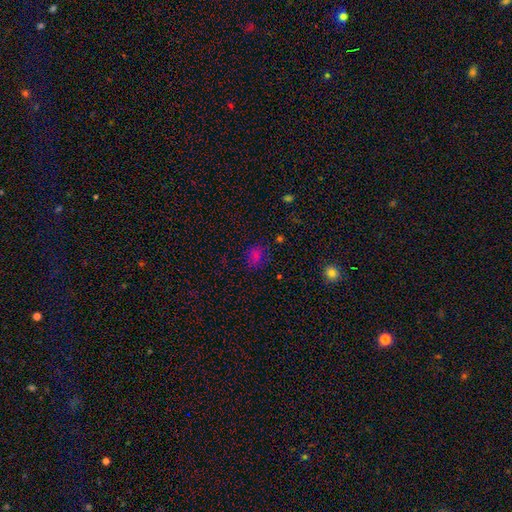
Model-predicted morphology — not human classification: This appears to be a smooth galaxy with no disk features (72%) that is in between round and cigar-shaped (51%). Merging: none (74%).